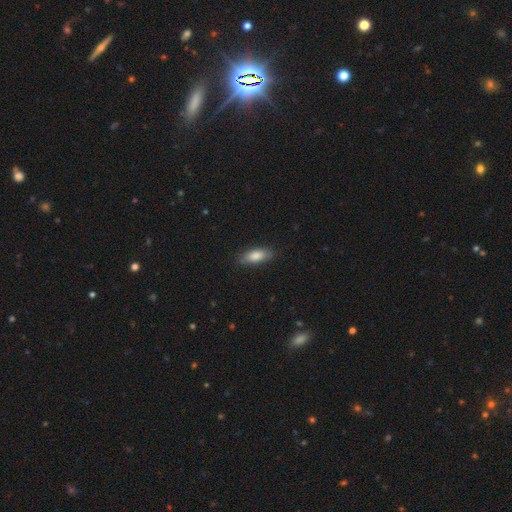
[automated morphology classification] Smooth or featured? smooth (82%)
How rounded? in between (73%)
Merging? none (81%)